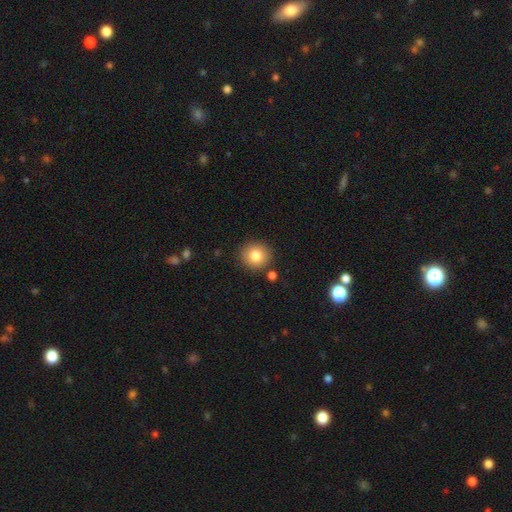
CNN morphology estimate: Smooth or featured?
  - smooth: 81% *
  - star or artifact: 10%
  - featured or disk: 9%
How rounded?
  - round: 91% *
  - in between: 8%
  - cigar-shaped: 1%
Merging?
  - none: 87% *
  - minor disturbance: 7%
  - merger: 4%
  - major disturbance: 2%